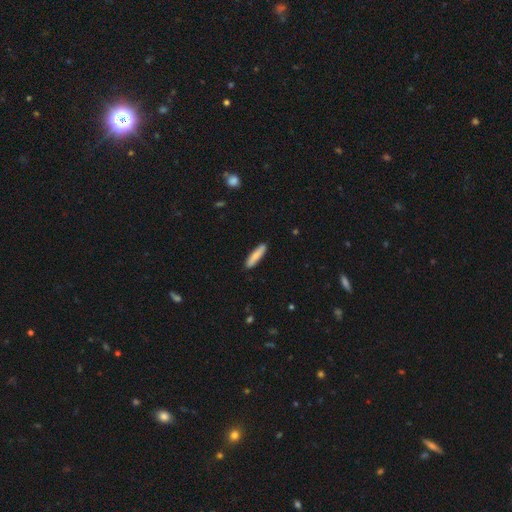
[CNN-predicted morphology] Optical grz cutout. It shows a smooth galaxy with no disk features (80%) that is cigar-shaped (83%). Merging: none (90%).